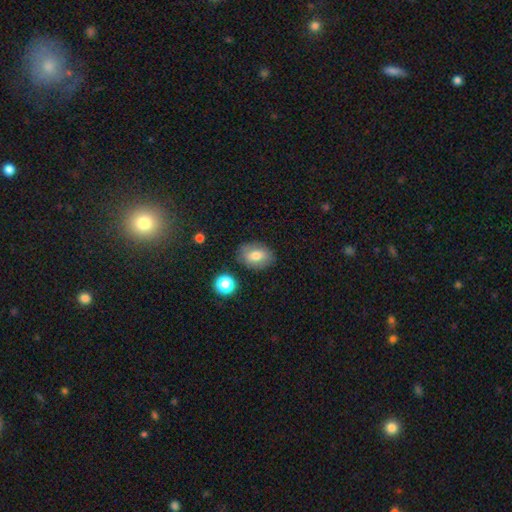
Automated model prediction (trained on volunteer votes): Smooth or featured: smooth — 71% (featured or disk — 19%)
How rounded: in between — 71% (round — 28%)
Merging: none — 80% (minor disturbance — 14%)